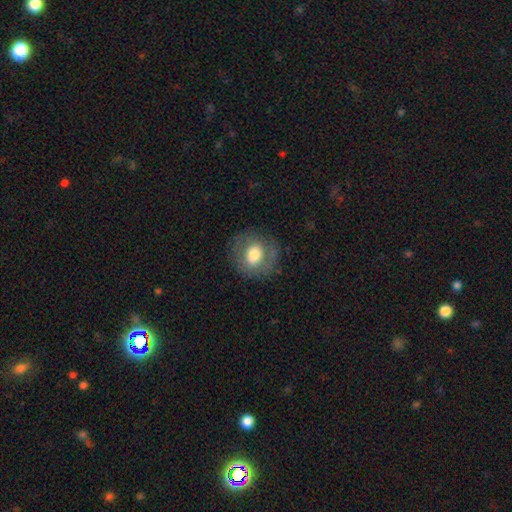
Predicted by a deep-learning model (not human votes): Morphology: type=smooth (63%); roundness=round (72%); merging=none (81%).